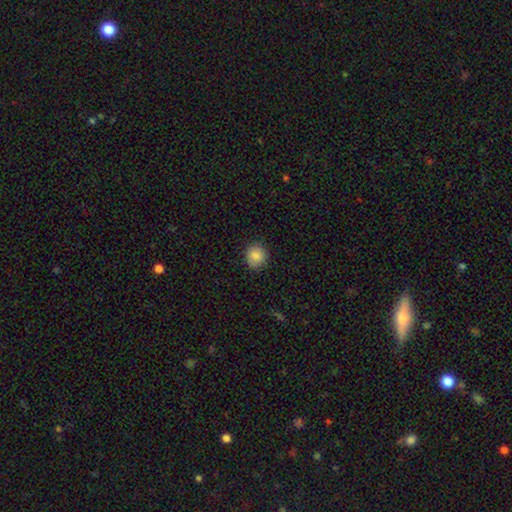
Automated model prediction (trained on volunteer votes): smooth-or-featured: smooth: 87% | star or artifact: 9% | featured or disk: 4%
  how-rounded: round: 82% | in between: 17% | cigar-shaped: 1%
  merging: none: 87% | minor disturbance: 9% | major disturbance: 2% | merger: 1%